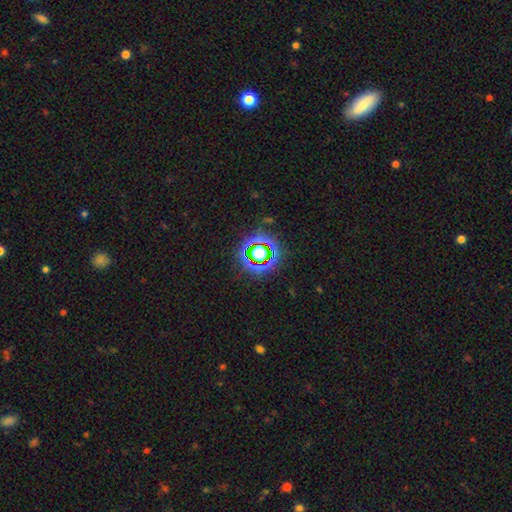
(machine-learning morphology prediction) This appears to be a star or artifact, not a galaxy (71%).